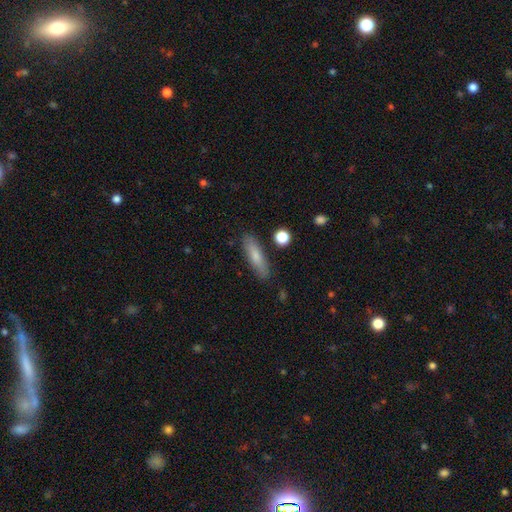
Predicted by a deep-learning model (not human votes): Overall: smooth (75%). How rounded: cigar-shaped (67%; in between 30%). Merging: none (85%).